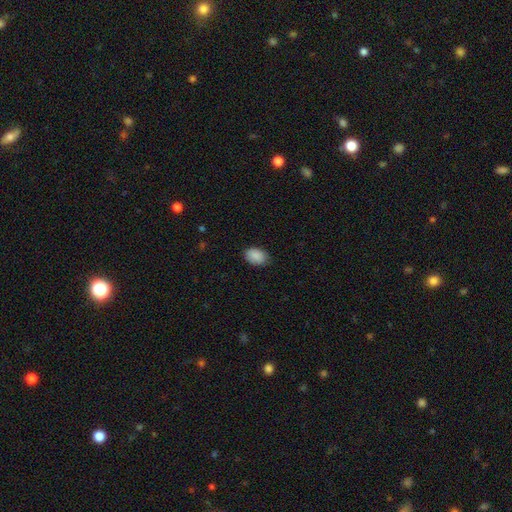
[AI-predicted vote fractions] Smooth or featured? smooth (89%)
How rounded? in between (85%)
Merging? none (82%)